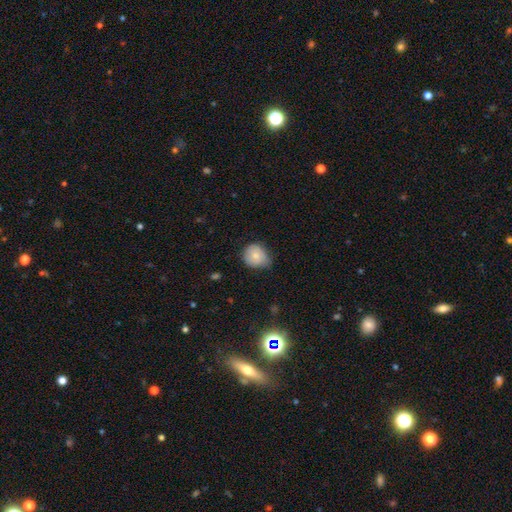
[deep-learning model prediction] This appears to be a smooth galaxy with no disk features (76%) that is round (75%). Merging: none (52%).